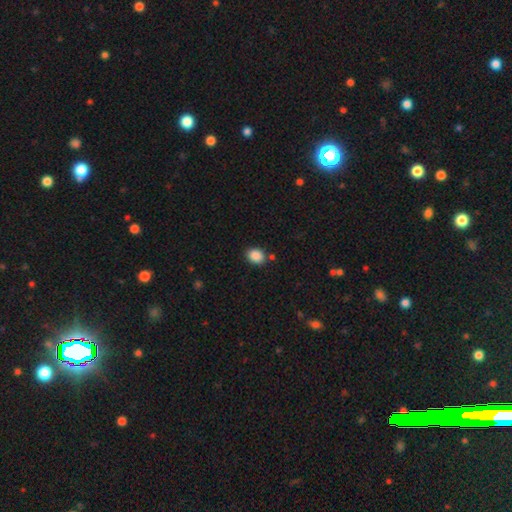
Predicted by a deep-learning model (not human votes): A smooth galaxy with no disk features (88%) that is in between round and cigar-shaped (51%). Merging: none (81%).